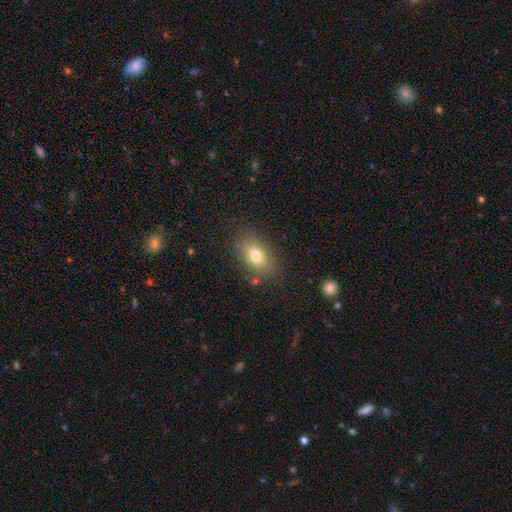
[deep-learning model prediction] A smooth galaxy with no disk features (76%) that is in between round and cigar-shaped (83%). Merging: none (81%).